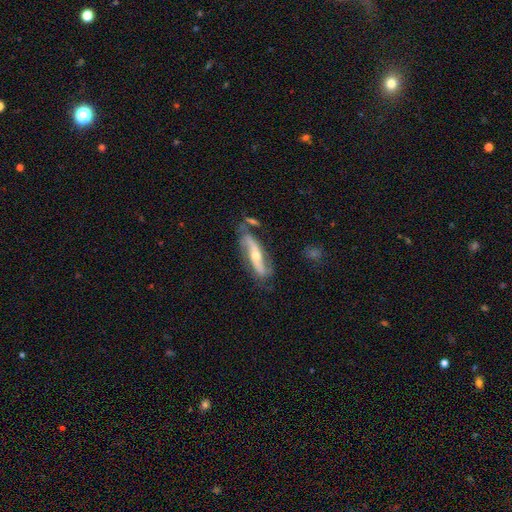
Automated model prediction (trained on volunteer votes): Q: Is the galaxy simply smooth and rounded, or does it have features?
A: featured or disk — 77%.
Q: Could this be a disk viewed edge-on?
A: no — 68%.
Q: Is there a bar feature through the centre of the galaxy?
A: no — 43%.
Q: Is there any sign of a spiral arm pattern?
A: yes — 87%.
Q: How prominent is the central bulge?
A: moderate — 57%.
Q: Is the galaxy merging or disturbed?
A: none — 61%.